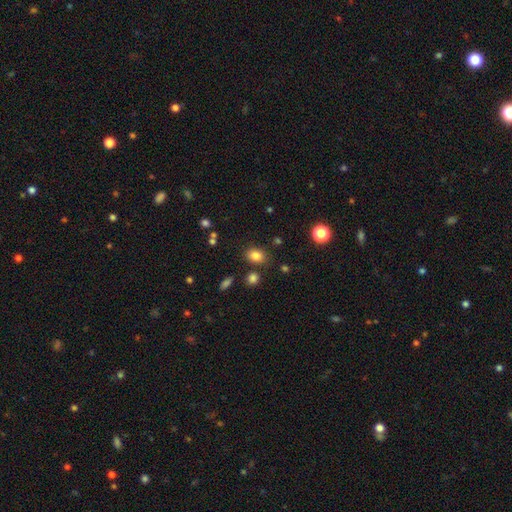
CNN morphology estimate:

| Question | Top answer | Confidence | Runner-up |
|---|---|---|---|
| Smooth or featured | smooth | 83% | star or artifact (12%) |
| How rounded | in between | 65% | round (34%) |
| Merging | none | 81% | minor disturbance (11%) |